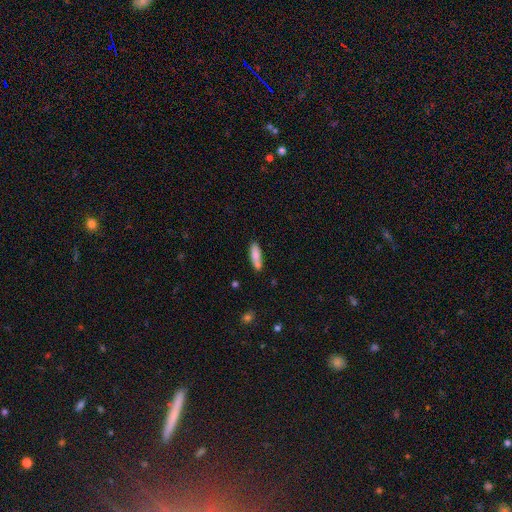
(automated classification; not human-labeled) smooth 83%, featured or disk 10%, star or artifact 7%. Down the decision tree: how rounded — cigar-shaped (59%); merging — none (71%).